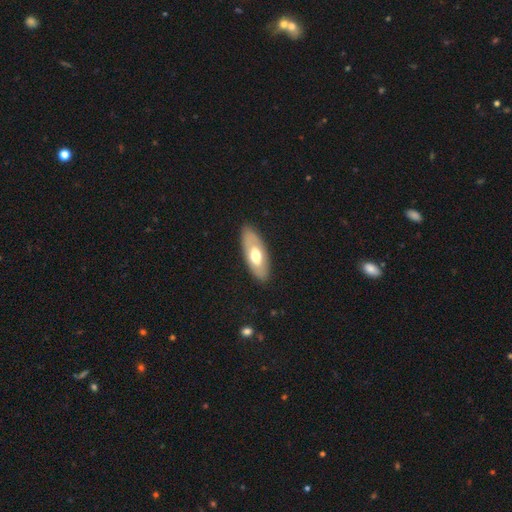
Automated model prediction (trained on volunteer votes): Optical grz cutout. It shows a smooth galaxy with no disk features (55%) that is in between round and cigar-shaped (82%). Merging: none (85%).